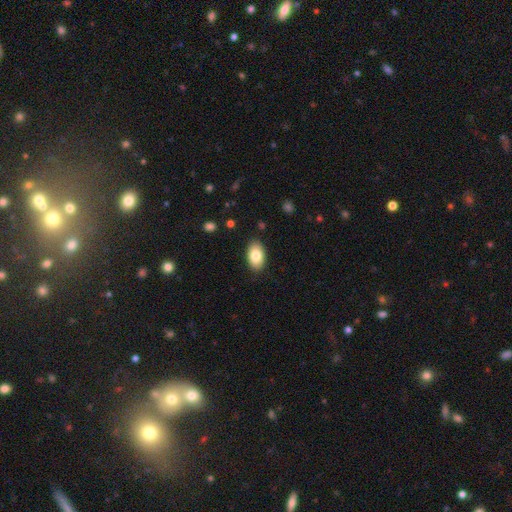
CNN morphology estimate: Smooth or featured? Predicted: smooth (p=0.83). How rounded? Predicted: in between (p=0.93). Merging? Predicted: none (p=0.88).